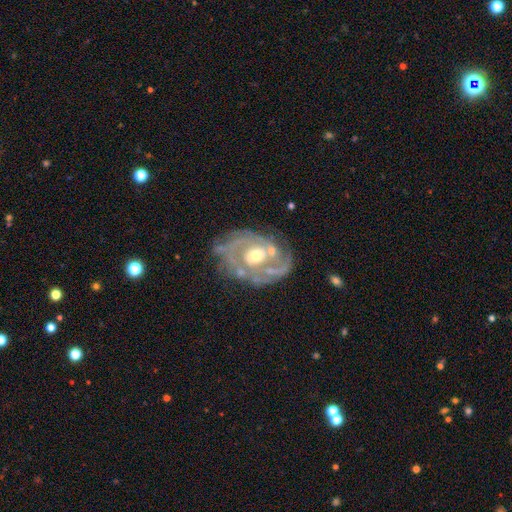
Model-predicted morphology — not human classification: Smooth or featured? featured or disk (85%)
Edge-on disk? no (97%)
Bar? no (56%)
Spiral arms? yes (87%)
Spiral winding? tight (53%)
Spiral arm count? 2 (41%)
Bulge size? moderate (70%)
Merging? none (67%)